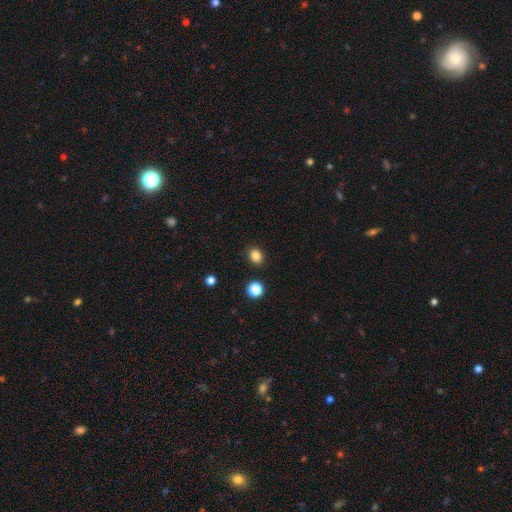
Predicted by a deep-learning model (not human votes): This is clearly a smooth galaxy (85%). How rounded: possibly round (55%). Merging: clearly none (89%).